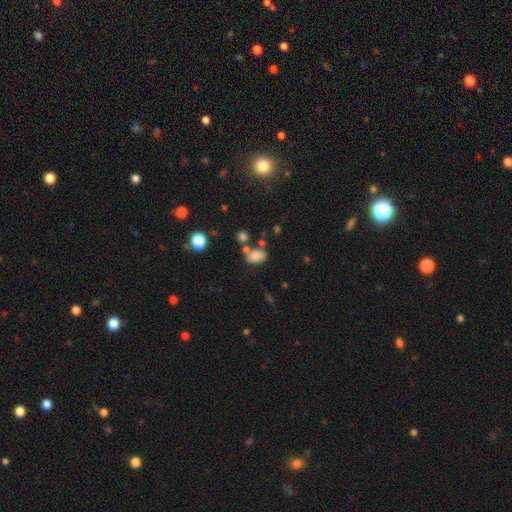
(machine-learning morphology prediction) A smooth galaxy with no disk features (77%) that is in between round and cigar-shaped (81%). Merging: none (55%).